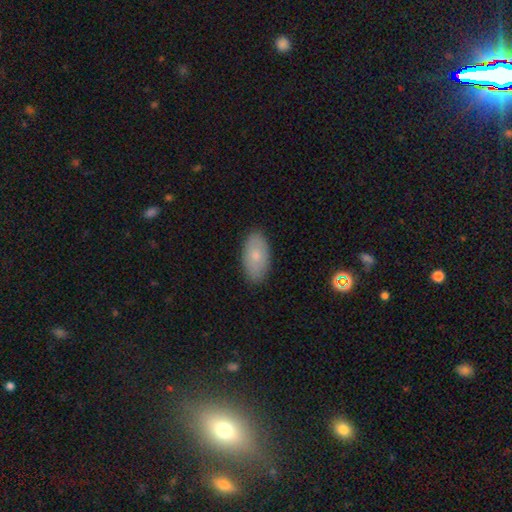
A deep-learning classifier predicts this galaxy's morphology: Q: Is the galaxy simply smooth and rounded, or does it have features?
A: smooth — 76%.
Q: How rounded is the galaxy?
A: in between — 94%.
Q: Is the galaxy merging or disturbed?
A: none — 87%.